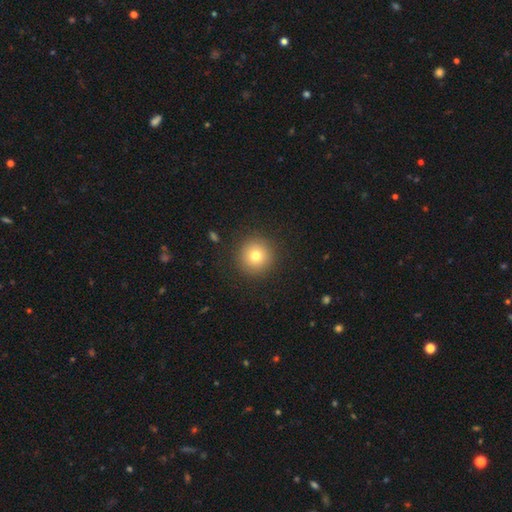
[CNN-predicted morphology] Smooth or featured? Predicted: smooth (p=0.76). How rounded? Predicted: round (p=0.96). Merging? Predicted: none (p=0.91).